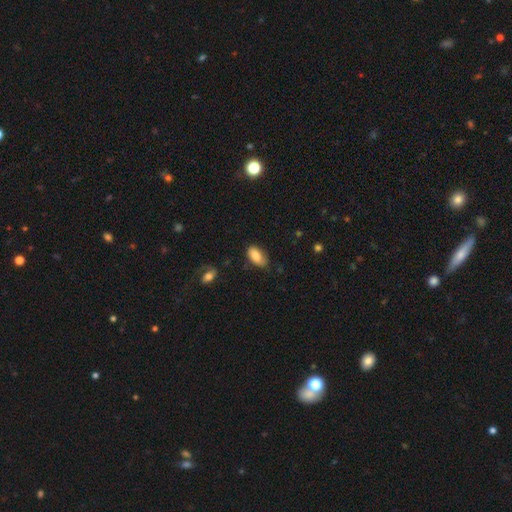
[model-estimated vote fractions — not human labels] A smooth galaxy with no disk features (83%) that is in between round and cigar-shaped (93%). Merging: none (69%).